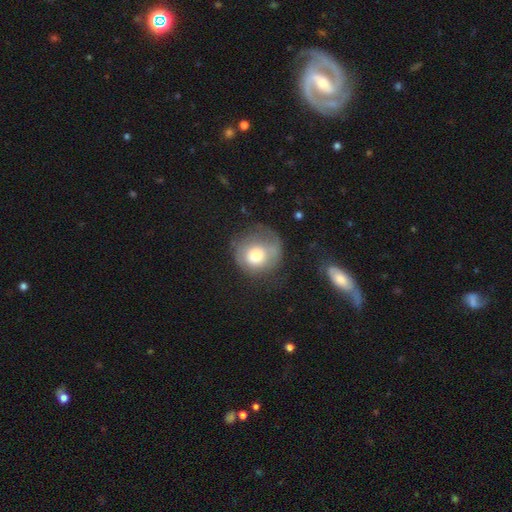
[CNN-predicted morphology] Smooth or featured: smooth — 64% (featured or disk — 27%)
How rounded: round — 87% (in between — 12%)
Merging: none — 44% (minor disturbance — 27%)